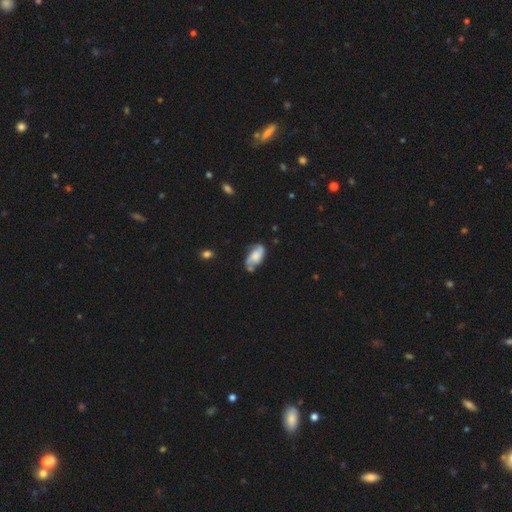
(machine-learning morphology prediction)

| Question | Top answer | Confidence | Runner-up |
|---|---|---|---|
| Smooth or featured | featured or disk | 63% | smooth (30%) |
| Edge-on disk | no | 94% | yes (6%) |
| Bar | no | 61% | weak (31%) |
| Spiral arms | yes | 88% | no (12%) |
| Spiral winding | medium | 41% | loose (38%) |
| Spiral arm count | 2 | 78% | can't tell (11%) |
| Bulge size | moderate | 29% | large (24%) |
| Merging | none | 58% | minor disturbance (26%) |